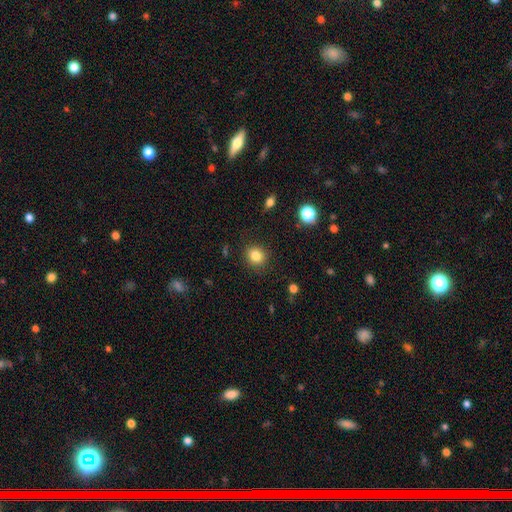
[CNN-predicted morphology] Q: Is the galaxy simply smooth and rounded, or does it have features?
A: smooth — 83%.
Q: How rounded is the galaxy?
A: round — 82%.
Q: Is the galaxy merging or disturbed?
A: none — 88%.